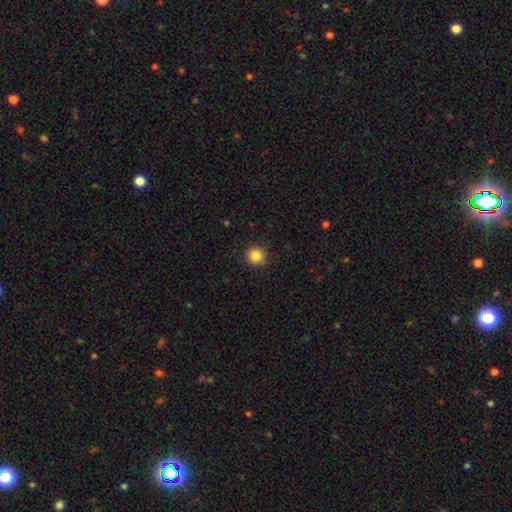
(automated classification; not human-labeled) Smooth or featured?
  - smooth: 86% *
  - star or artifact: 10%
  - featured or disk: 4%
How rounded?
  - round: 94% *
  - in between: 5%
  - cigar-shaped: 1%
Merging?
  - none: 92% *
  - minor disturbance: 6%
  - major disturbance: 2%
  - merger: 1%